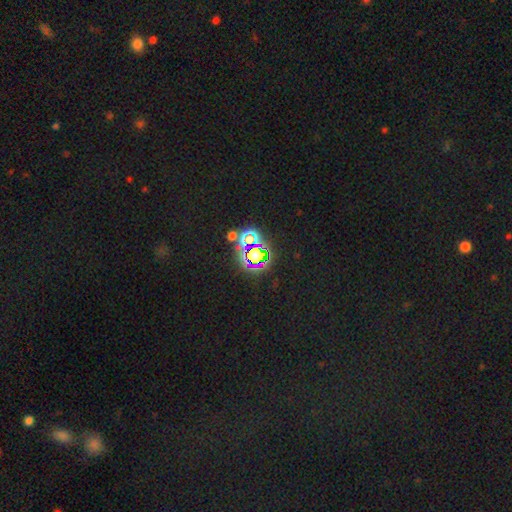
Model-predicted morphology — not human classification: This is likely a star or artifact rather than a galaxy (69%).